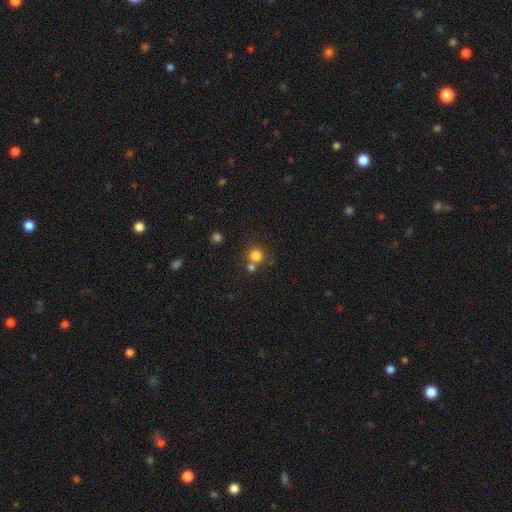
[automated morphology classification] The model was most divided on "merging": none: 60%, merger: 28%, minor disturbance: 8%, major disturbance: 3%. More confident: how rounded — round (90%); smooth or featured — smooth (79%).